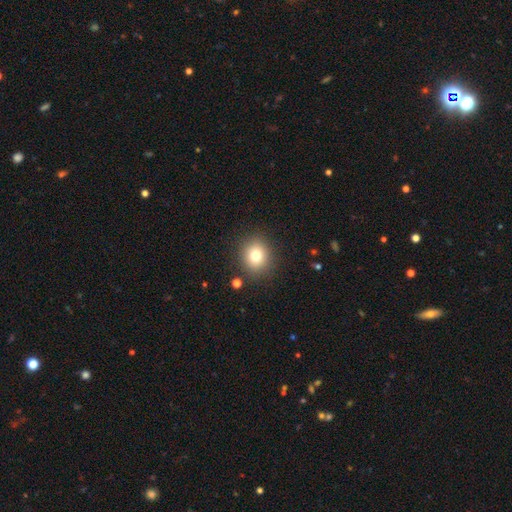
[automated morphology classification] smooth 78%, star or artifact 13%, featured or disk 9%. Down the decision tree: how rounded — round (79%); merging — none (88%).